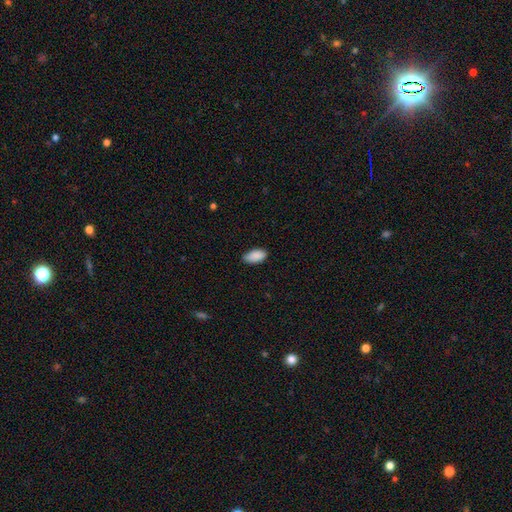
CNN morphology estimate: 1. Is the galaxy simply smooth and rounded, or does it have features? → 90% smooth, 7% star or artifact, 3% featured or disk.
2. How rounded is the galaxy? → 93% in between, 4% cigar-shaped, 2% round.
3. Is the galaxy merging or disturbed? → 83% none, 14% minor disturbance, 2% major disturbance, 1% merger.